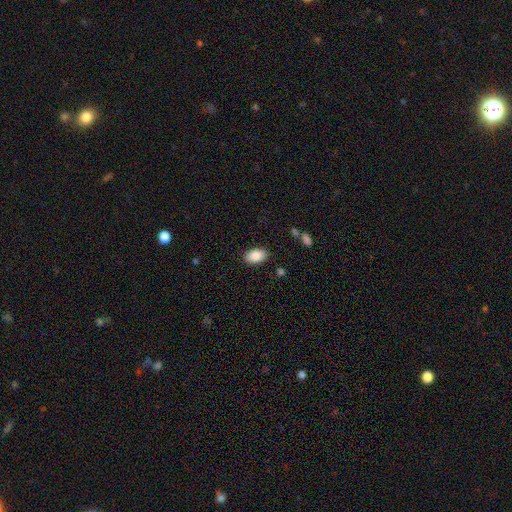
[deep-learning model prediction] The model was most divided on "merging": none: 87%, minor disturbance: 9%, major disturbance: 2%, merger: 1%. More confident: how rounded — in between (92%); smooth or featured — smooth (87%).